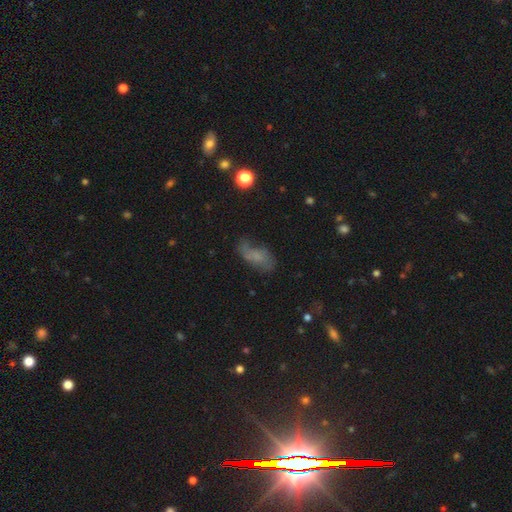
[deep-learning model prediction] Smooth or featured? Predicted: smooth (p=0.54). How rounded? Predicted: in between (p=0.85). Merging? Predicted: none (p=0.42).